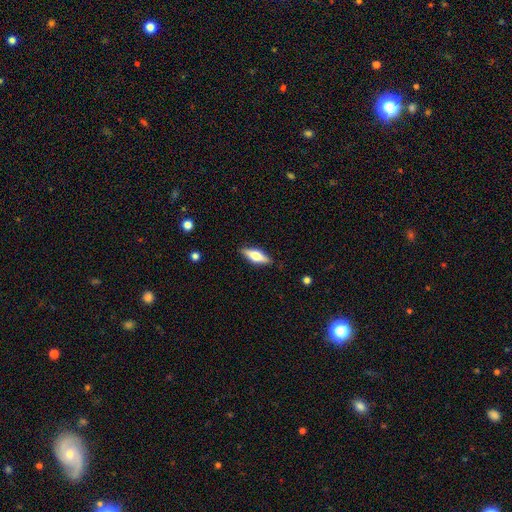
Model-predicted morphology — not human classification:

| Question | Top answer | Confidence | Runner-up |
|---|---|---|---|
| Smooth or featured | featured or disk | 49% | smooth (45%) |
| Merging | none | 87% | minor disturbance (10%) |